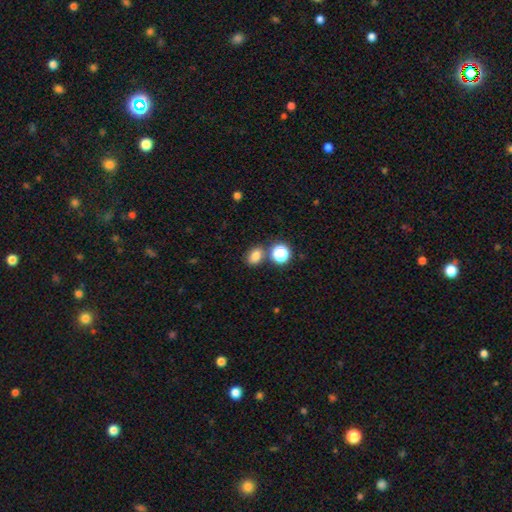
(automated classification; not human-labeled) The model was most divided on "how rounded": in between: 64%, round: 34%, cigar-shaped: 1%. More confident: smooth or featured — smooth (78%); merging — none (73%).